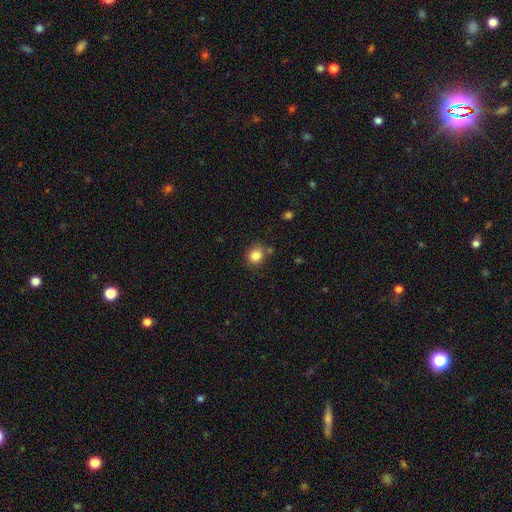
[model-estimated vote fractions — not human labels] smooth_or_featured: smooth (p=0.84) [alt: star or artifact p=0.11]
how_rounded: round (p=0.79) [alt: in between p=0.20]
merging: none (p=0.79) [alt: minor disturbance p=0.12]